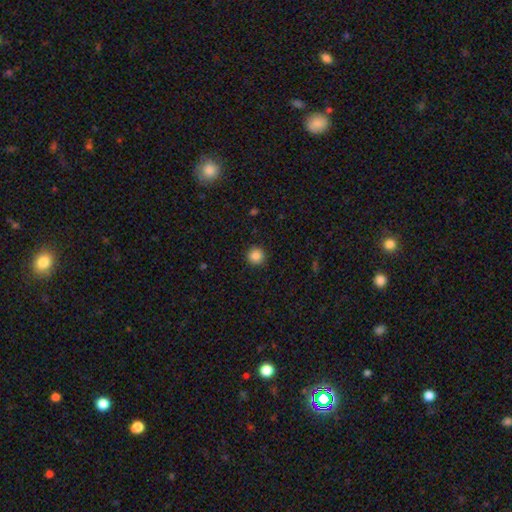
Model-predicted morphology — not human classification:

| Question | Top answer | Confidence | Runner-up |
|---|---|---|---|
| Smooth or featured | smooth | 86% | star or artifact (10%) |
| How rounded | round | 94% | in between (5%) |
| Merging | none | 92% | minor disturbance (6%) |